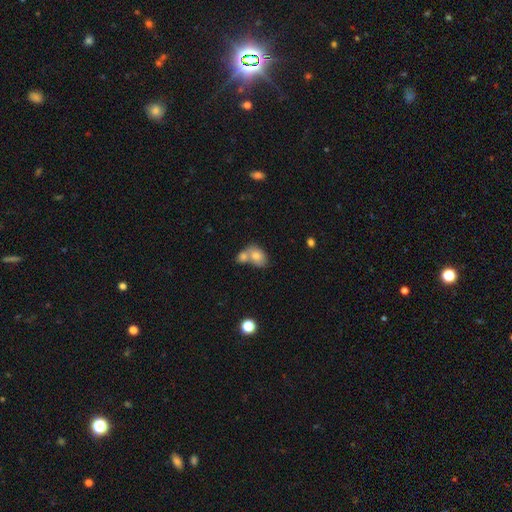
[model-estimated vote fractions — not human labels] This is likely a smooth galaxy (75%). How rounded: likely in between (68%). Merging: possibly merger (60%).